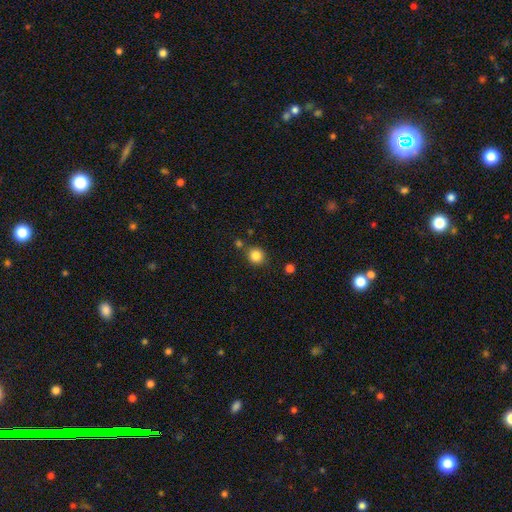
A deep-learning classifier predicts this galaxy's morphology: Q: Smooth or featured?
A: smooth (85%); runner-up: star or artifact (11%)
Q: How rounded?
A: round (88%); runner-up: in between (11%)
Q: Merging?
A: none (81%); runner-up: minor disturbance (9%)